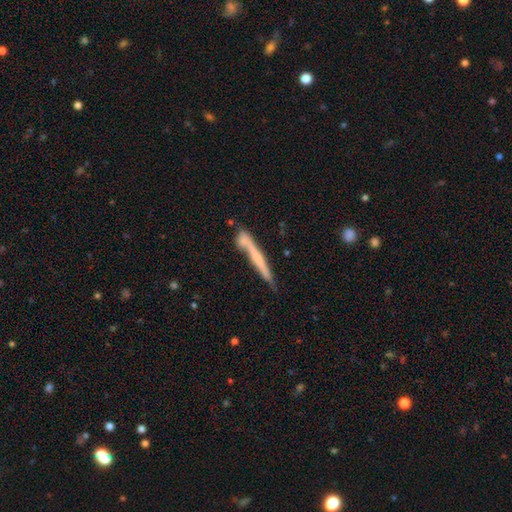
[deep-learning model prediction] Overall: smooth (47%; featured or disk 46%). Merging: none (62%).